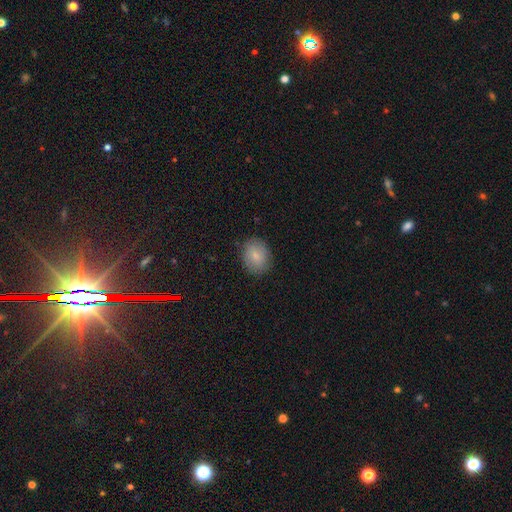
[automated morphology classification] The model was most divided on "how rounded": round: 54%, in between: 45%, cigar-shaped: 1%. More confident: merging — none (84%); smooth or featured — smooth (81%).